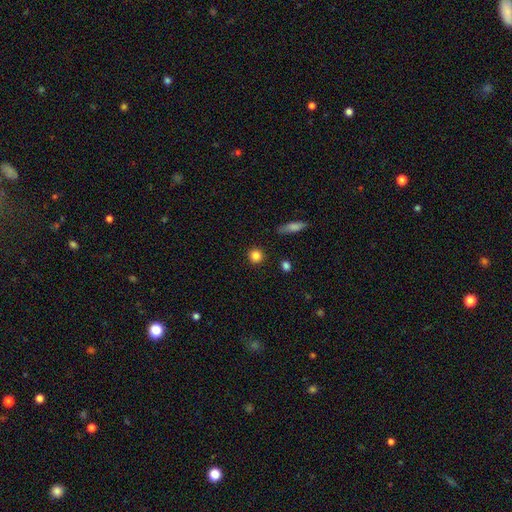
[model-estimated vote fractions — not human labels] smooth 85%, star or artifact 10%, featured or disk 5%. Down the decision tree: how rounded — round (92%); merging — none (90%).